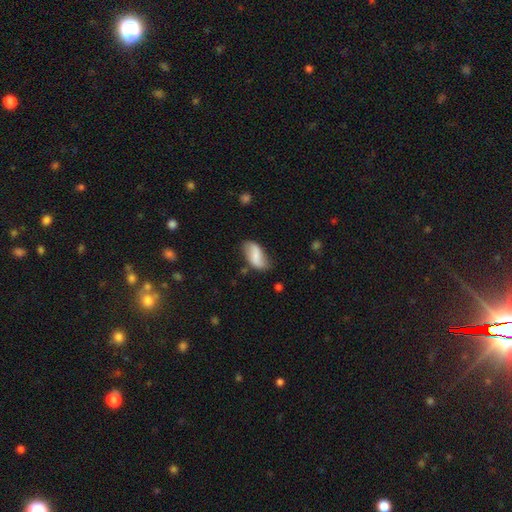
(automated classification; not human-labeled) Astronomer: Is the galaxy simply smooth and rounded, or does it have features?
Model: smooth — 57% (runner-up: featured or disk, 35%).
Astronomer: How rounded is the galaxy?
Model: in between — 91%.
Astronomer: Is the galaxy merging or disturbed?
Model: none — 62%.